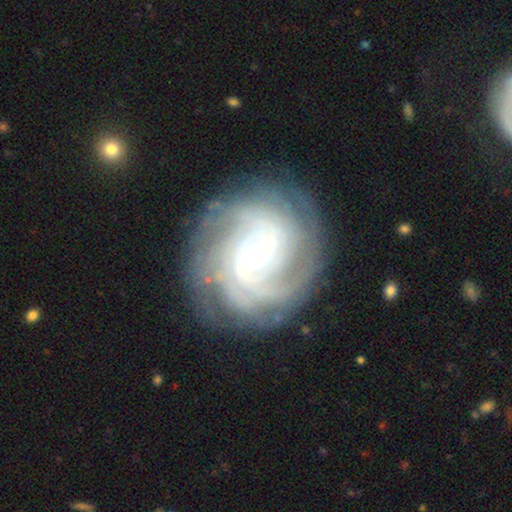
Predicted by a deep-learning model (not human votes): Smooth or featured: featured or disk — 89% (smooth — 6%)
Edge-on disk: no — 97% (yes — 3%)
Bar: weak — 49% (strong — 34%)
Spiral arms: yes — 97% (no — 3%)
Spiral winding: tight — 76% (medium — 20%)
Spiral arm count: can't tell — 31% (4 — 21%)
Bulge size: small — 57% (moderate — 39%)
Merging: none — 82% (minor disturbance — 13%)